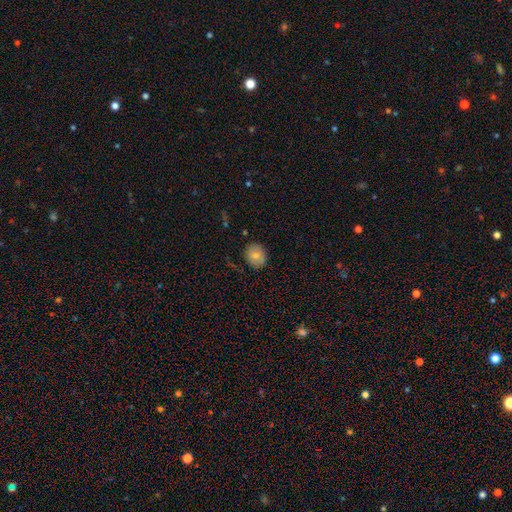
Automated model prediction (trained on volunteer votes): This is likely a smooth galaxy (79%). How rounded: likely round (68%). Merging: clearly none (84%).